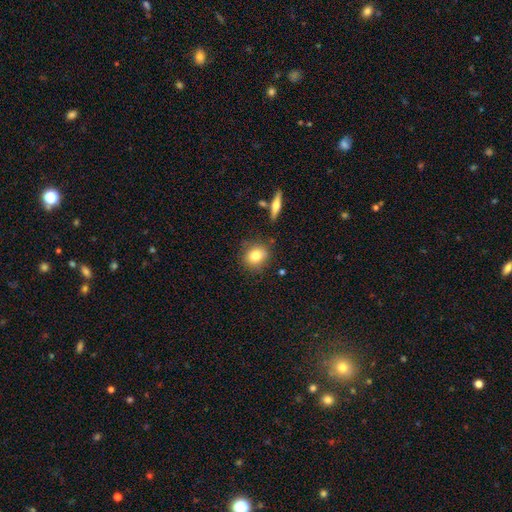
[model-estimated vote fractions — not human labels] This is likely a smooth galaxy (79%). How rounded: likely round (76%). Merging: likely none (80%).